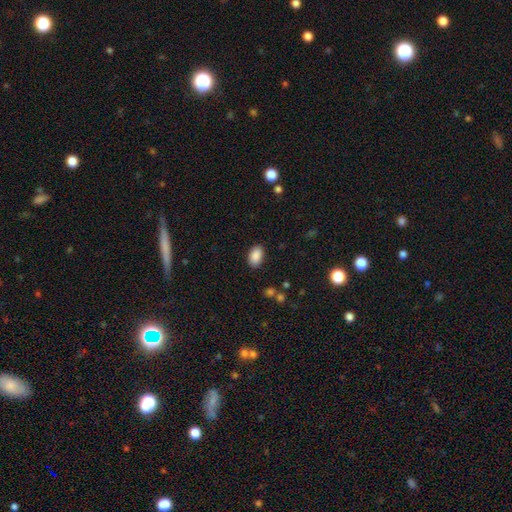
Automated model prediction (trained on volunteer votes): Smooth or featured?
  - smooth: 89% *
  - star or artifact: 8%
  - featured or disk: 3%
How rounded?
  - in between: 92% *
  - round: 7%
  - cigar-shaped: 1%
Merging?
  - none: 87% *
  - minor disturbance: 9%
  - major disturbance: 3%
  - merger: 1%